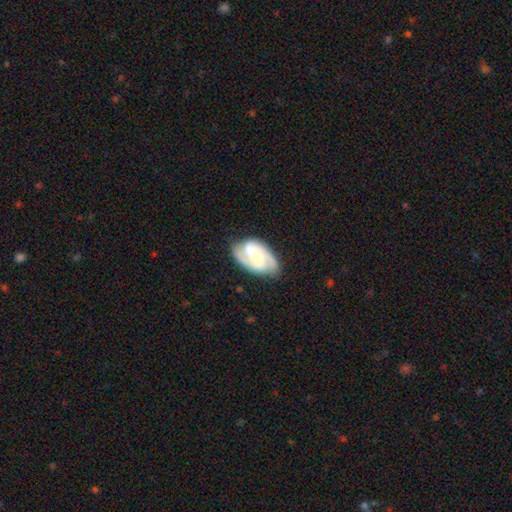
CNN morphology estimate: The model was most divided on "bar": no: 41%, weak: 39%, strong: 20%. Remaining: edge-on disk — no (97%); spiral arms — yes (96%); smooth or featured — featured or disk (80%); merging — none (71%); spiral arm count — 2 (70%); spiral winding — medium (47%); bulge size — small (44%).